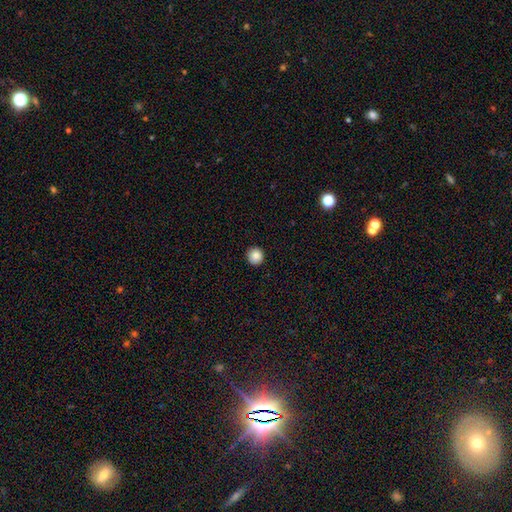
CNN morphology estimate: Q: Smooth or featured?
A: smooth (87%); runner-up: star or artifact (9%)
Q: How rounded?
A: round (95%); runner-up: in between (4%)
Q: Merging?
A: none (92%); runner-up: minor disturbance (5%)